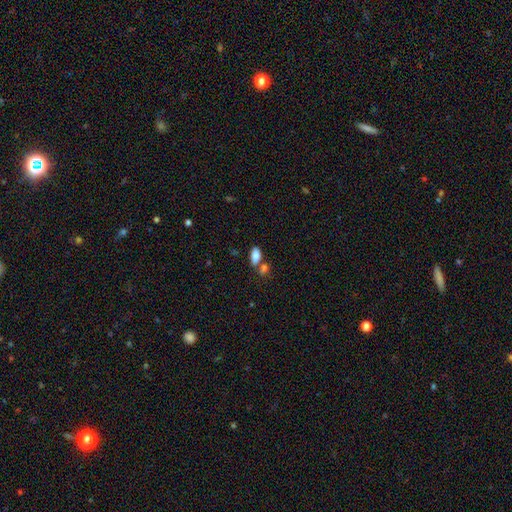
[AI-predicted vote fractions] smooth_or_featured: smooth (p=0.84) [alt: star or artifact p=0.08]
how_rounded: in between (p=0.90) [alt: cigar-shaped p=0.06]
merging: none (p=0.53) [alt: merger p=0.31]